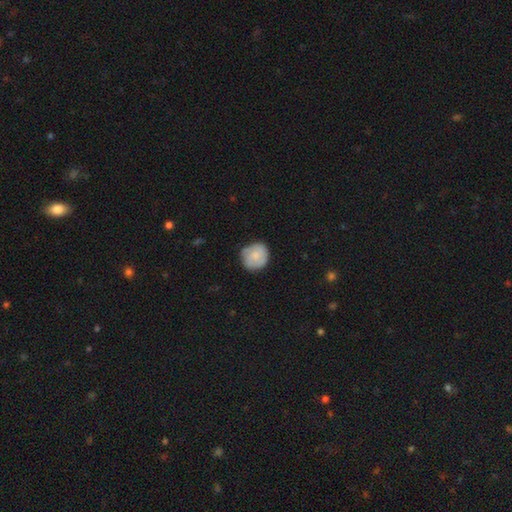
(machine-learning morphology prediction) smooth-or-featured: smooth: 71% | featured or disk: 22% | star or artifact: 6%
  how-rounded: round: 88% | in between: 11% | cigar-shaped: 1%
  merging: none: 72% | minor disturbance: 22% | major disturbance: 4% | merger: 1%